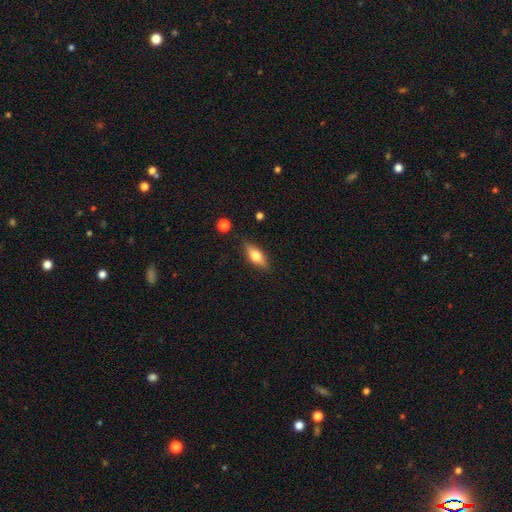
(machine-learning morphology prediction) Smooth or featured? smooth (57%)
How rounded? in between (67%)
Merging? none (85%)